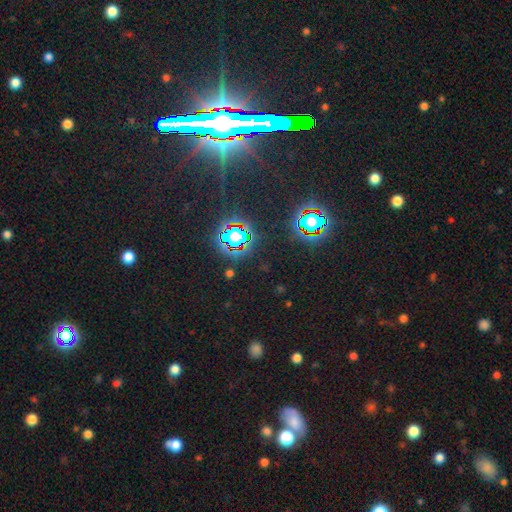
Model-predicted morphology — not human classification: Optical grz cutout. It shows a star or artifact, not a galaxy (84%).